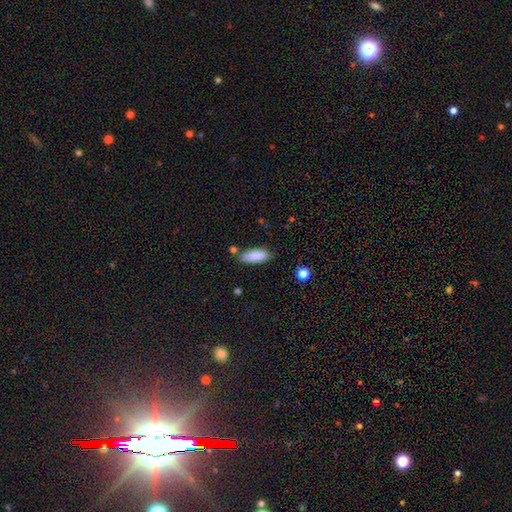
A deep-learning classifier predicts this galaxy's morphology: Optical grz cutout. It shows a smooth galaxy with no disk features (87%) that is in between round and cigar-shaped (63%). Merging: none (74%).